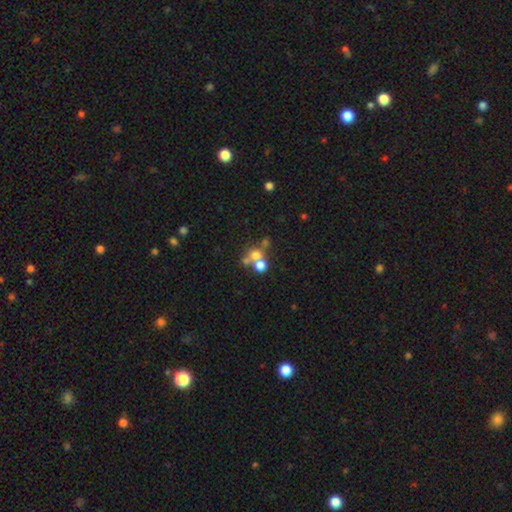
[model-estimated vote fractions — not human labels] The model was most divided on "merging": merger: 49%, none: 40%, minor disturbance: 6%, major disturbance: 5%. More confident: how rounded — round (84%); smooth or featured — smooth (62%).